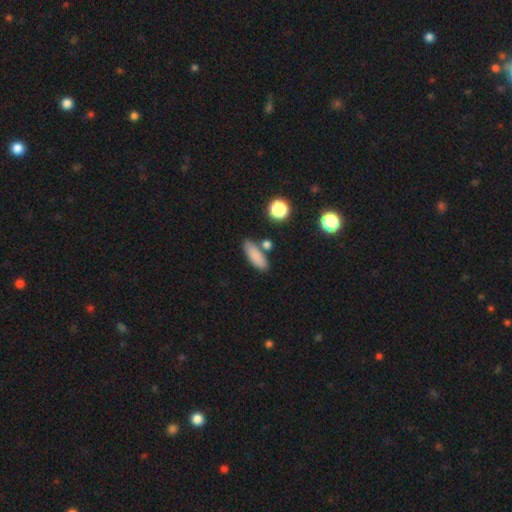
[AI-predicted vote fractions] A smooth galaxy with no disk features (83%) that is in between round and cigar-shaped (61%). Merging: none (74%).